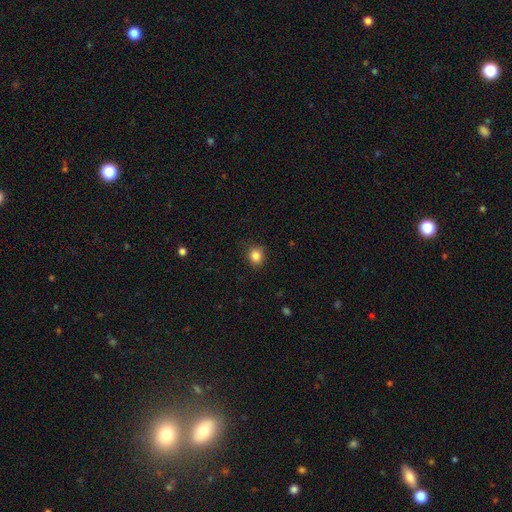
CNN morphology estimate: This is clearly a smooth galaxy (84%). How rounded: likely round (78%). Merging: clearly none (84%).